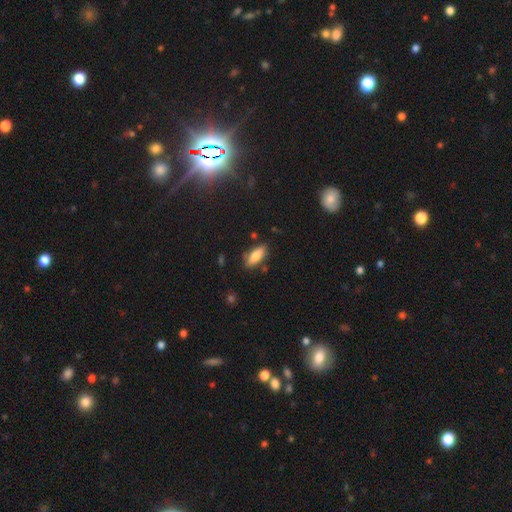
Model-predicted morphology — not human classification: Smooth or featured: smooth — 80% (featured or disk — 12%)
How rounded: in between — 69% (cigar-shaped — 29%)
Merging: none — 80% (minor disturbance — 14%)